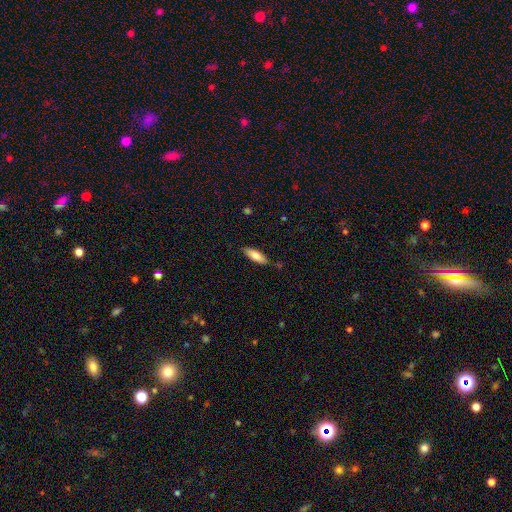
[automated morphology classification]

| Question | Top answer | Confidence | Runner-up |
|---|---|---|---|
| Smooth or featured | smooth | 79% | featured or disk (15%) |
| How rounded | in between | 58% | cigar-shaped (40%) |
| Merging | none | 82% | minor disturbance (14%) |